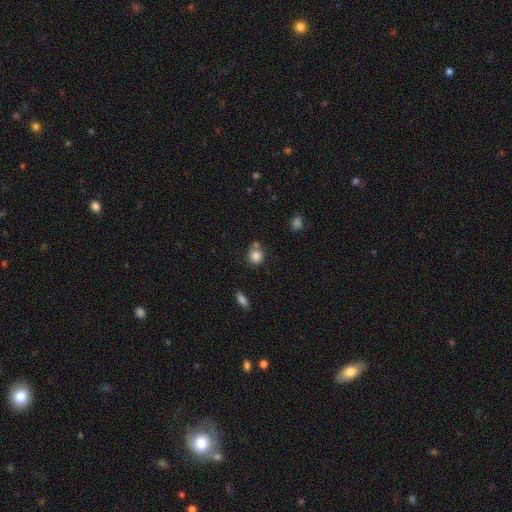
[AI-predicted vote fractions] This is clearly a smooth galaxy (84%). How rounded: clearly round (83%). Merging: likely none (61%).